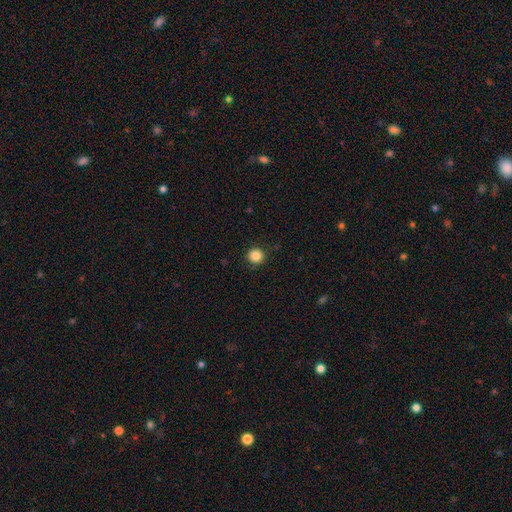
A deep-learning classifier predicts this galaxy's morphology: smooth_or_featured: smooth (p=0.85) [alt: star or artifact p=0.11]
how_rounded: round (p=0.94) [alt: in between p=0.05]
merging: none (p=0.90) [alt: minor disturbance p=0.07]